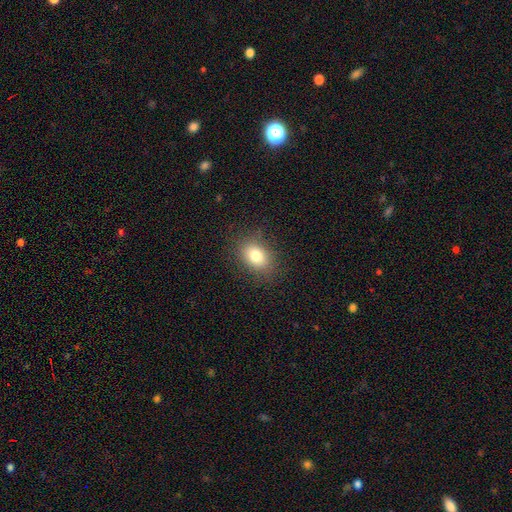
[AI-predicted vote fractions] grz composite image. It shows a smooth galaxy with no disk features (80%) that is in between round and cigar-shaped (74%). Merging: none (84%).